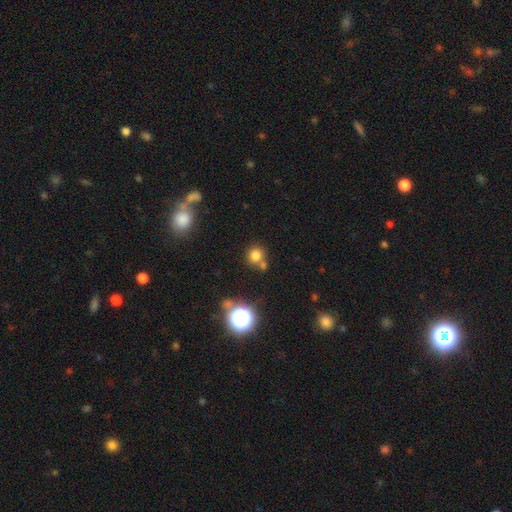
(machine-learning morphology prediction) smooth 75%, star or artifact 17%, featured or disk 7%. Down the decision tree: how rounded — round (90%); merging — none (64%).